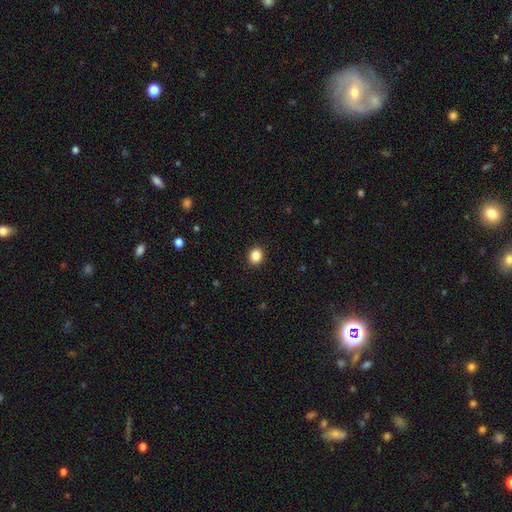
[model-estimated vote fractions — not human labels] Smooth or featured? smooth (86%)
How rounded? round (64%)
Merging? none (91%)